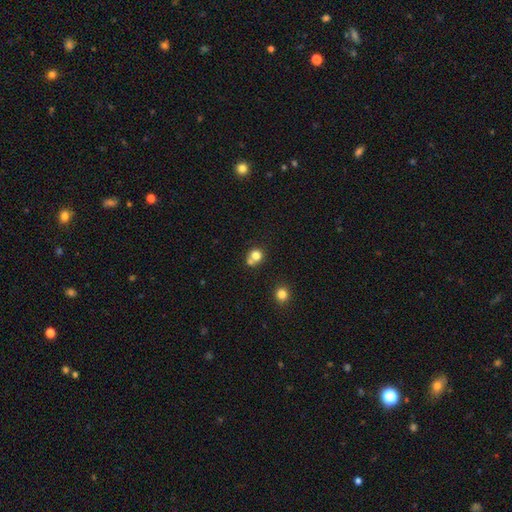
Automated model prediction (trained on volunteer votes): smooth 78%, star or artifact 12%, featured or disk 10%. Down the decision tree: how rounded — round (82%); merging — none (49%).